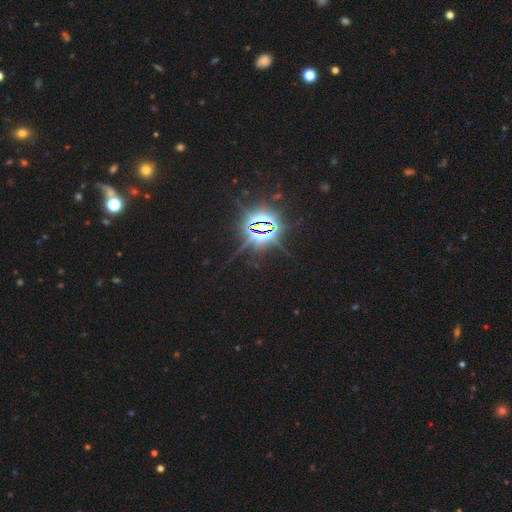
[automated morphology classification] Smooth or featured?
  - star or artifact: 86% *
  - smooth: 7%
  - featured or disk: 6%